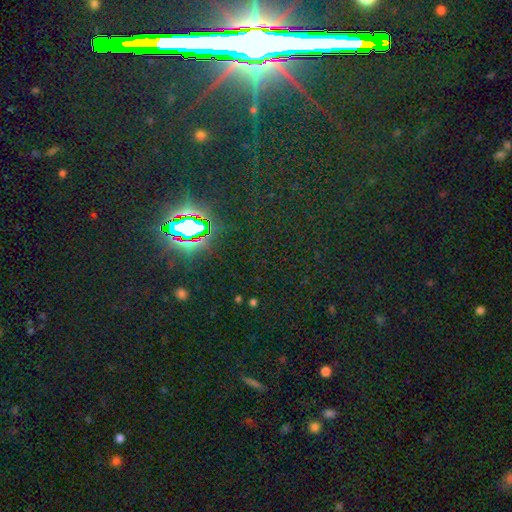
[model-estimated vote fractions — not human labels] A star or artifact, not a galaxy (82%).